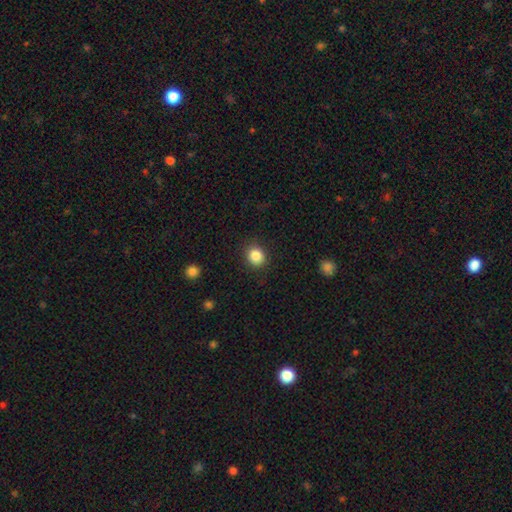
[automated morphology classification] Overall: smooth (86%). How rounded: round (77%). Merging: none (89%).